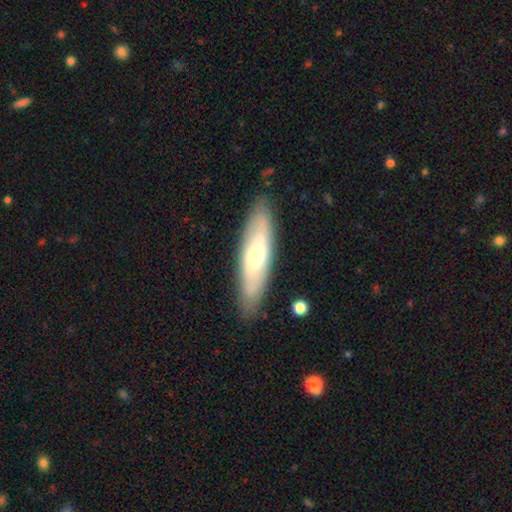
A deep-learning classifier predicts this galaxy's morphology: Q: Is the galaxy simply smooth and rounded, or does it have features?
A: smooth — 47%, tied with featured or disk.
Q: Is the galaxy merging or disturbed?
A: none — 87%.